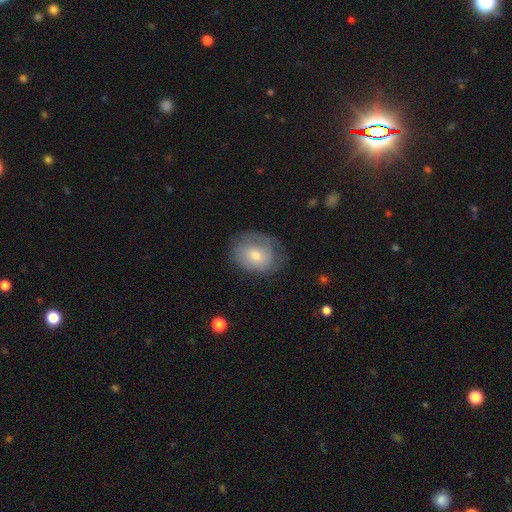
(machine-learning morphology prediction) This is likely a smooth galaxy (60%). How rounded: possibly in between (54%). Merging: possibly none (60%).